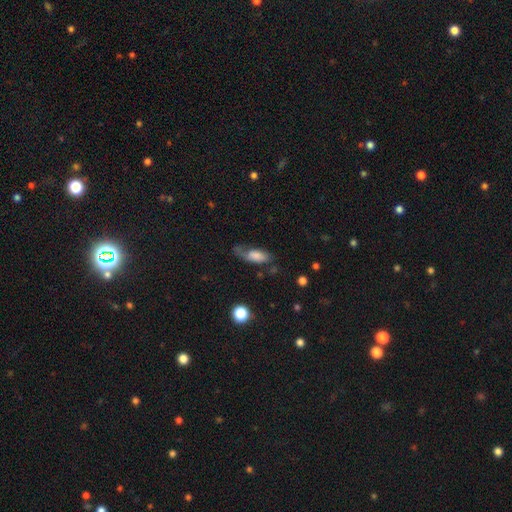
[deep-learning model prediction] A smooth galaxy with no disk features (69%) that is in between round and cigar-shaped (78%).

Vote fractions:
- Smooth or featured? smooth: 69% / featured or disk: 23% / star or artifact: 8%
- How rounded? in between: 78% / cigar-shaped: 18% / round: 4%
- Merging? none: 38% / minor disturbance: 30% / major disturbance: 27% / merger: 5%